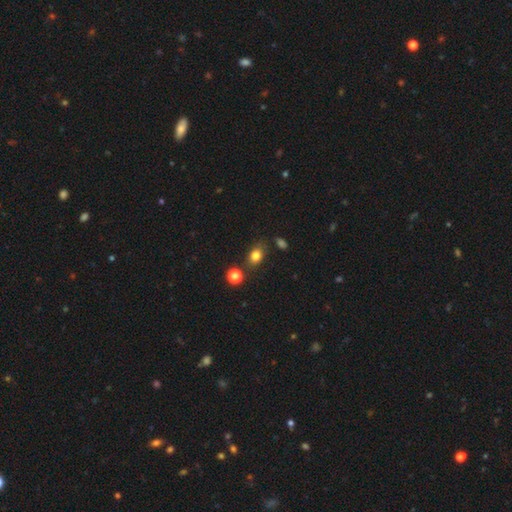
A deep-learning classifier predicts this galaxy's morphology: smooth-or-featured: smooth: 80% | star or artifact: 13% | featured or disk: 7%
  how-rounded: in between: 65% | round: 33% | cigar-shaped: 2%
  merging: none: 75% | minor disturbance: 14% | merger: 6% | major disturbance: 4%